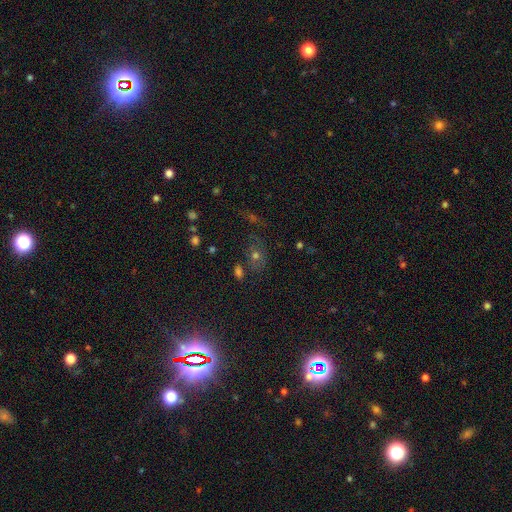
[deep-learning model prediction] smooth 44%, star or artifact 37%, featured or disk 19%. Down the decision tree: merging — none (61%).